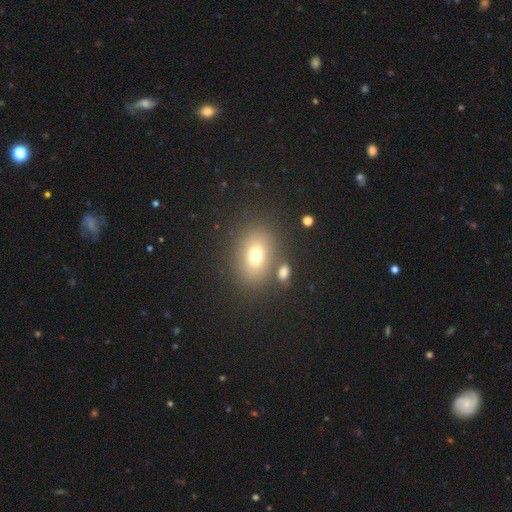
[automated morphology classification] Q: Smooth or featured?
A: smooth (72%); runner-up: featured or disk (15%)
Q: How rounded?
A: in between (70%); runner-up: round (28%)
Q: Merging?
A: none (74%); runner-up: merger (11%)